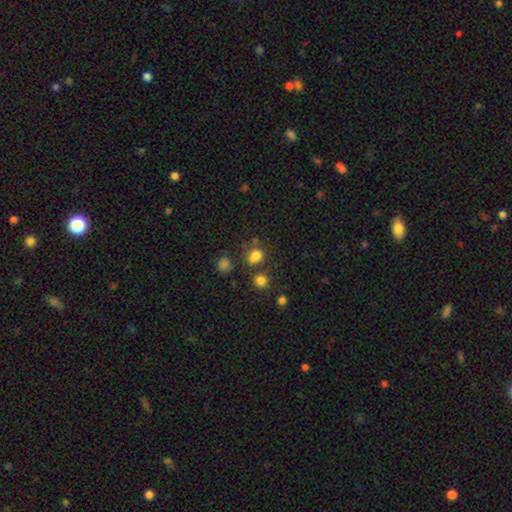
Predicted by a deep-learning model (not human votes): smooth-or-featured: smooth: 75% | star or artifact: 17% | featured or disk: 8%
  how-rounded: round: 72% | in between: 27% | cigar-shaped: 1%
  merging: none: 59% | merger: 21% | minor disturbance: 14% | major disturbance: 6%